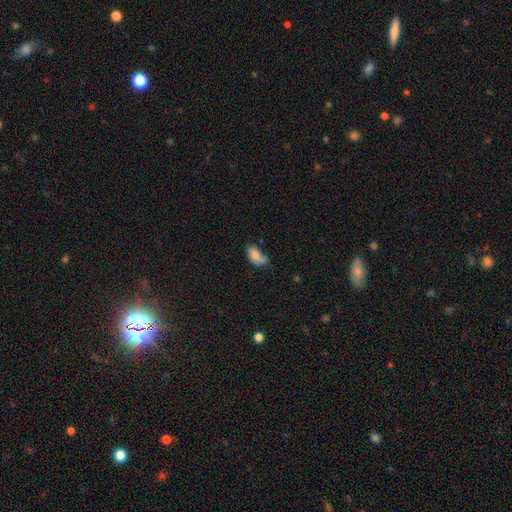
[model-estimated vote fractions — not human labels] A smooth galaxy with no disk features (78%) that is in between round and cigar-shaped (91%).

Vote fractions:
- Smooth or featured? smooth: 78% / featured or disk: 13% / star or artifact: 10%
- How rounded? in between: 91% / round: 5% / cigar-shaped: 4%
- Merging? none: 35% / minor disturbance: 33% / major disturbance: 18% / merger: 14%